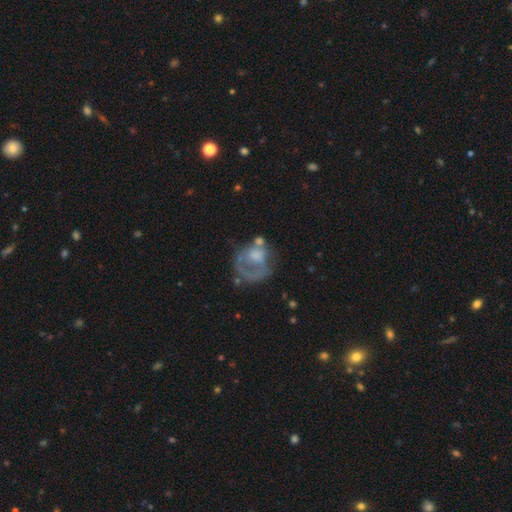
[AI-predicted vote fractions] The model was most divided on "merging": none: 40%, major disturbance: 31%, minor disturbance: 19%, merger: 10%. Remaining: edge-on disk — no (97%); bar — no (81%); spiral arms — no (62%); smooth or featured — featured or disk (55%); bulge size — moderate (38%).